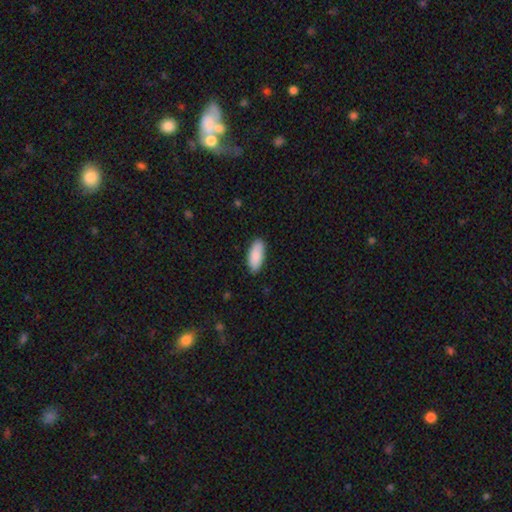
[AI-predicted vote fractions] smooth-or-featured: smooth: 88% | featured or disk: 7% | star or artifact: 6%
  how-rounded: in between: 84% | cigar-shaped: 14% | round: 2%
  merging: none: 85% | minor disturbance: 12% | major disturbance: 2% | merger: 1%